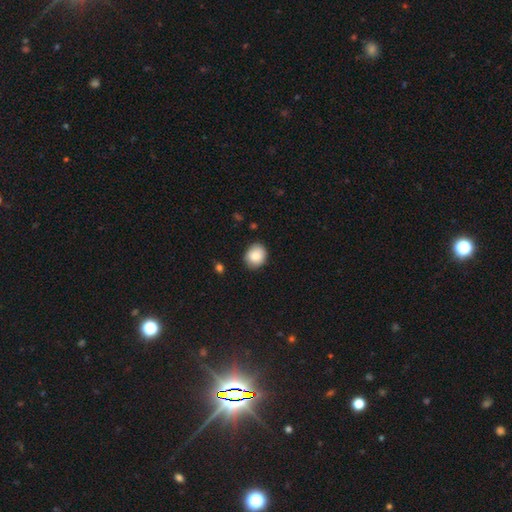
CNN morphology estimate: The model was most divided on "how rounded": round: 61%, in between: 38%, cigar-shaped: 1%. More confident: smooth or featured — smooth (85%); merging — none (83%).